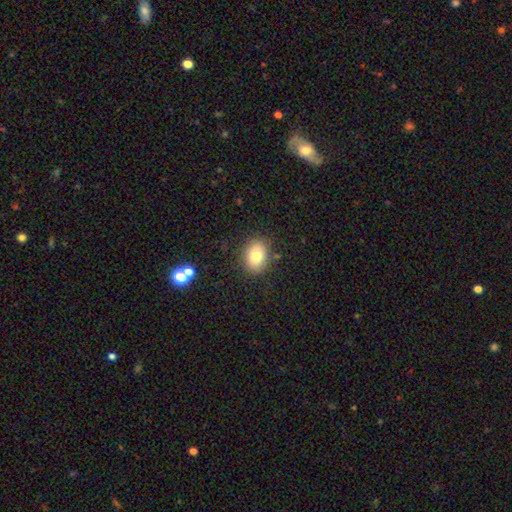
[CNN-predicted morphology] Smooth or featured? smooth (78%)
How rounded? in between (61%)
Merging? none (85%)